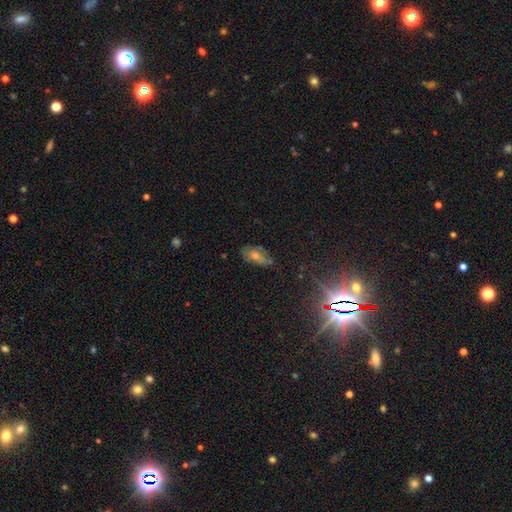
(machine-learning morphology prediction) This is marginally a featured or disk galaxy (36%). Merging: likely none (64%).